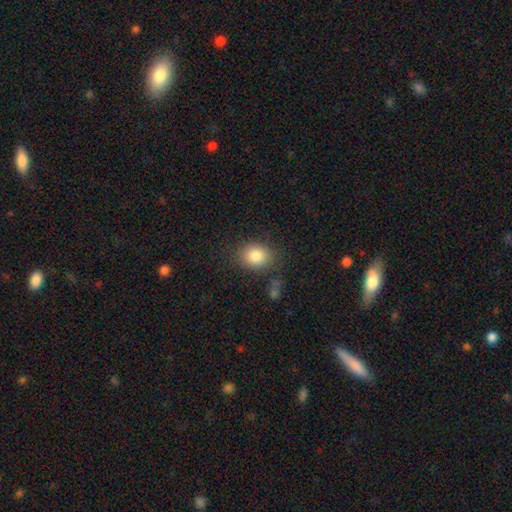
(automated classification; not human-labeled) Overall: smooth (84%). How rounded: round (53%; in between 46%). Merging: none (79%).